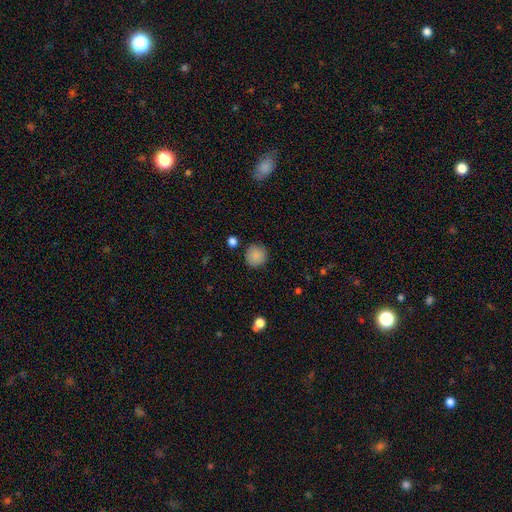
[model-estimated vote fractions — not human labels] Smooth or featured: smooth — 86% (star or artifact — 9%)
How rounded: round — 94% (in between — 5%)
Merging: none — 86% (minor disturbance — 9%)